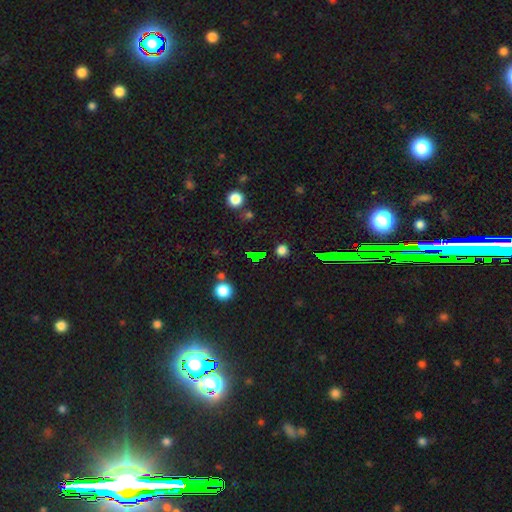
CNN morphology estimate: Smooth or featured: star or artifact — 50% (smooth — 40%)